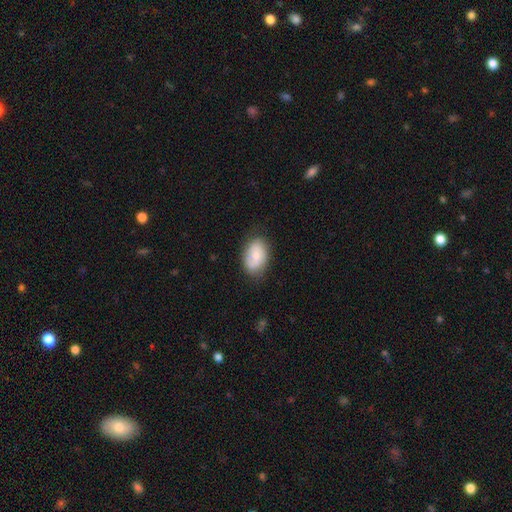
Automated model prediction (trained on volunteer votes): Smooth or featured? smooth (55%)
How rounded? in between (86%)
Merging? none (75%)